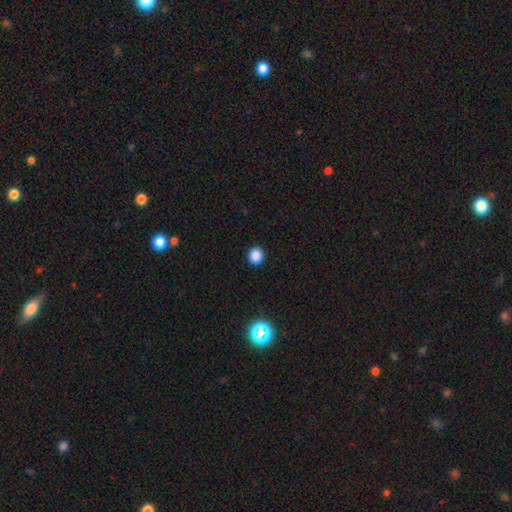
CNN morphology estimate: smooth_or_featured: smooth (p=0.85) [alt: star or artifact p=0.11]
how_rounded: round (p=0.91) [alt: in between p=0.08]
merging: none (p=0.93) [alt: minor disturbance p=0.04]